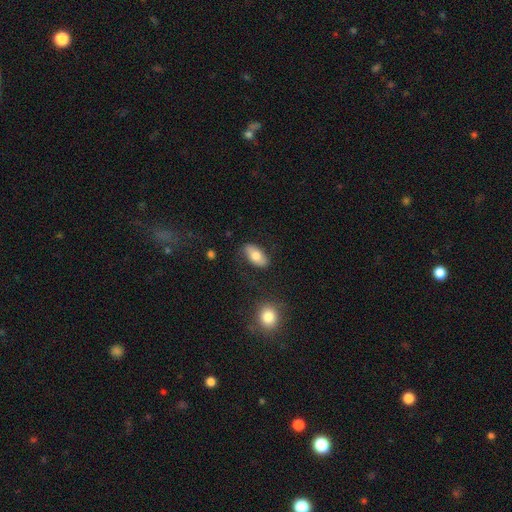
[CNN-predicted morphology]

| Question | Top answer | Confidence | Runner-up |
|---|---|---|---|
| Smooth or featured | smooth | 74% | featured or disk (19%) |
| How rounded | in between | 90% | cigar-shaped (6%) |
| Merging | none | 81% | minor disturbance (13%) |